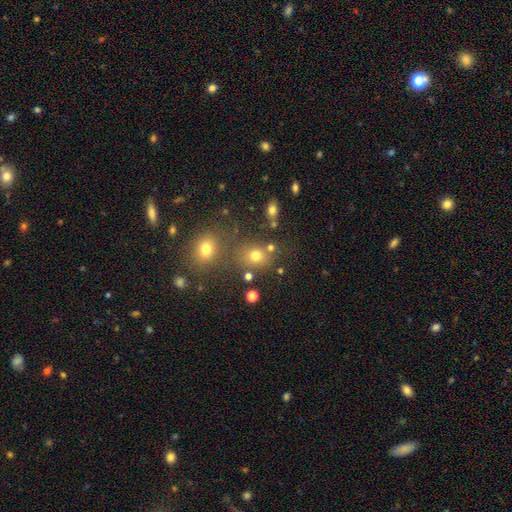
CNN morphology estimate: smooth 70%, star or artifact 20%, featured or disk 10%. Down the decision tree: how rounded — round (69%); merging — none (67%).